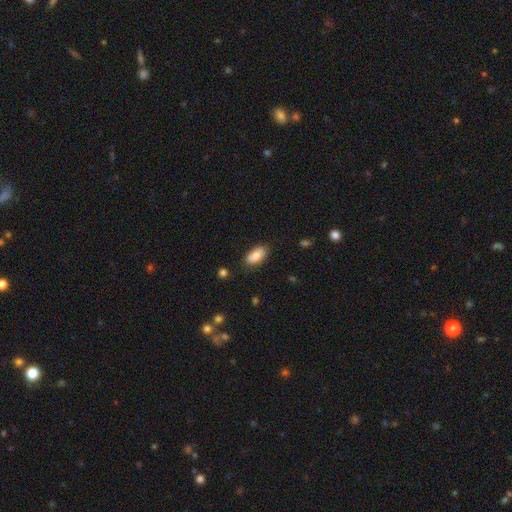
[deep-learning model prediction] Overall: smooth (83%). How rounded: in between (92%). Merging: none (76%).